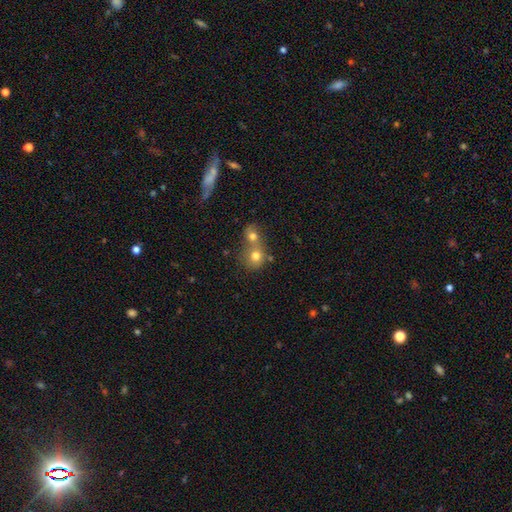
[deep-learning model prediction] Smooth or featured? Predicted: smooth (p=0.75). How rounded? Predicted: round (p=0.77). Merging? Predicted: merger (p=0.66).